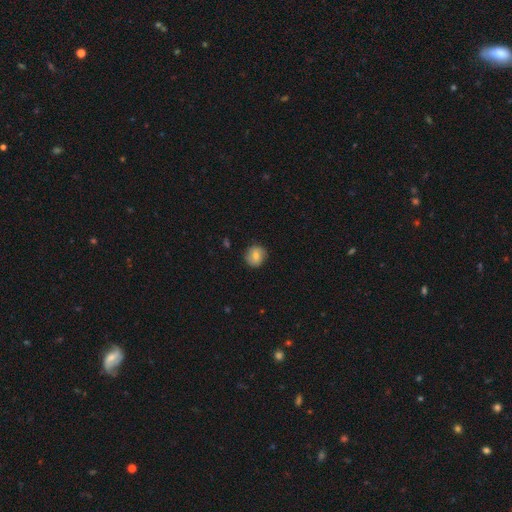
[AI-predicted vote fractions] The model was most divided on "smooth or featured": smooth: 74%, featured or disk: 17%, star or artifact: 9%. More confident: merging — none (85%); how rounded — round (85%).